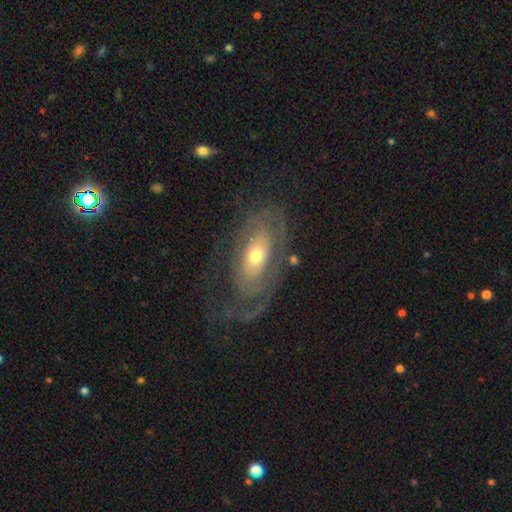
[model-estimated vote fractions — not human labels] featured or disk 73%, smooth 21%, star or artifact 6%. Down the decision tree: edge-on disk — no (90%); bar — no (75%); spiral arms — yes (75%); bulge size — moderate (60%); merging — none (55%).